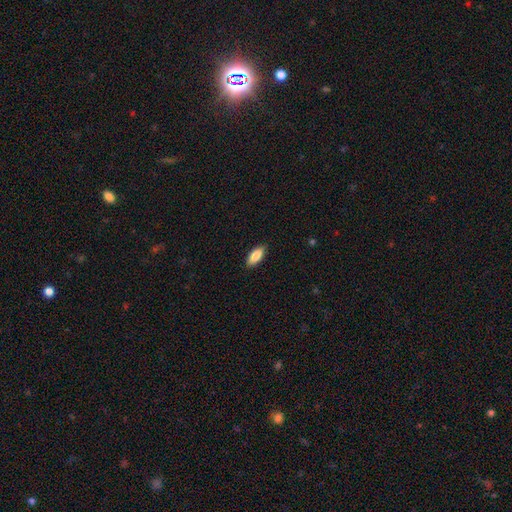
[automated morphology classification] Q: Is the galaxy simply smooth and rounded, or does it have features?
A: smooth — 87%.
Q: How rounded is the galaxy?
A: in between — 84%.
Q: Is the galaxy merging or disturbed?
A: none — 87%.